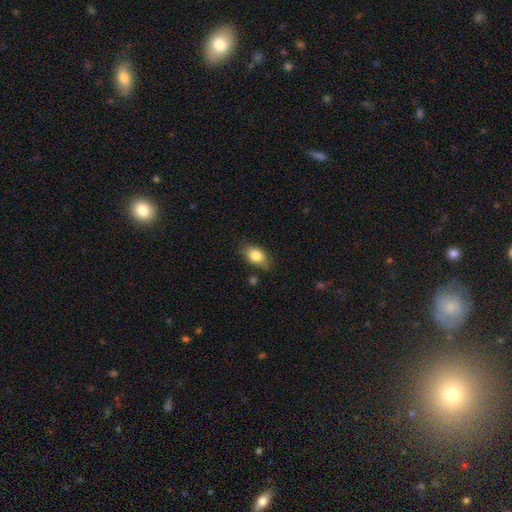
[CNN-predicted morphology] Smooth or featured?
  - smooth: 81% *
  - featured or disk: 11%
  - star or artifact: 8%
How rounded?
  - in between: 86% *
  - round: 11%
  - cigar-shaped: 3%
Merging?
  - none: 78% *
  - minor disturbance: 16%
  - major disturbance: 3%
  - merger: 2%